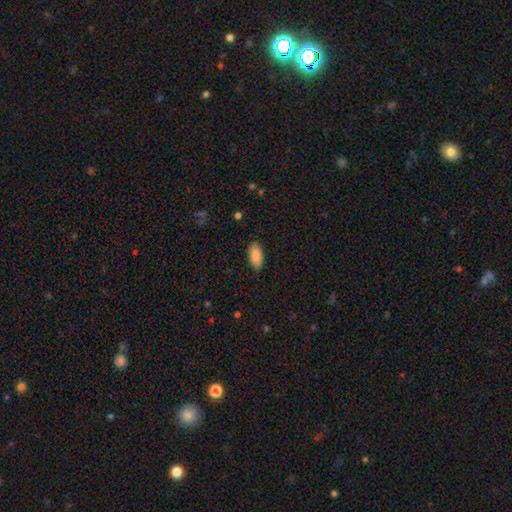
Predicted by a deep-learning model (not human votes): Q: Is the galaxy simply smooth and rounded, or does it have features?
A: smooth — 89%.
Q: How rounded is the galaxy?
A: in between — 90%.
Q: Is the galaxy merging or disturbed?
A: none — 88%.